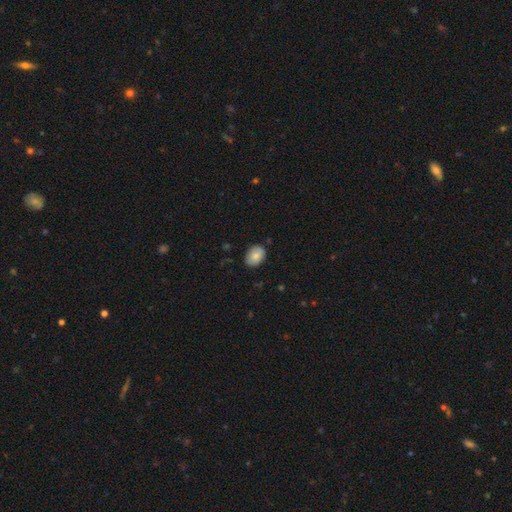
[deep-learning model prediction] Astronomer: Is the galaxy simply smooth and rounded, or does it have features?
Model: smooth — 81%.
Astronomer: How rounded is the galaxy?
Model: in between — 72%.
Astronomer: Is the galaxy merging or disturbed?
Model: none — 84%.